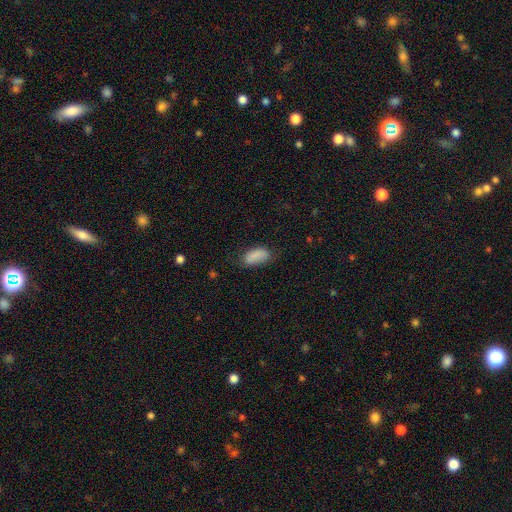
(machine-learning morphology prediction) This appears to be a smooth galaxy with no disk features (86%) that is in between round and cigar-shaped (90%). Merging: none (69%).